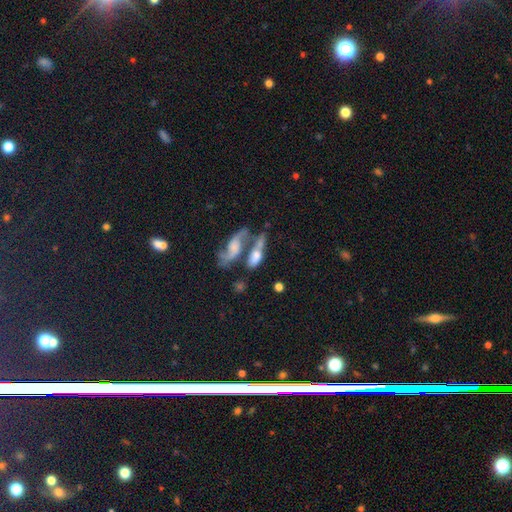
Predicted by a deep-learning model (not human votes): smooth-or-featured: featured or disk: 46% | smooth: 45% | star or artifact: 9%
  merging: merger: 51% | none: 26% | minor disturbance: 12% | major disturbance: 11%